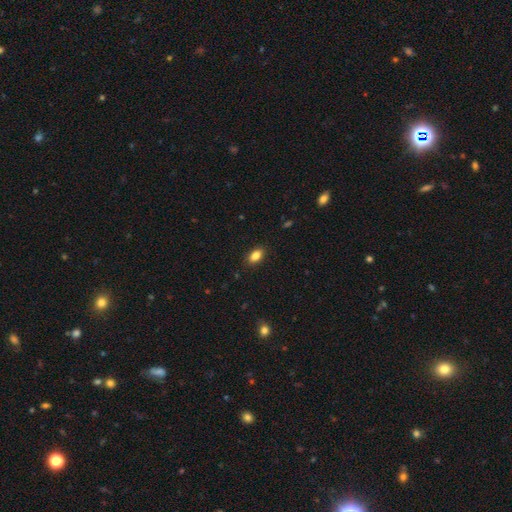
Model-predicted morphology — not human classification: A smooth galaxy with no disk features (85%) that is in between round and cigar-shaped (89%). Merging: none (88%).